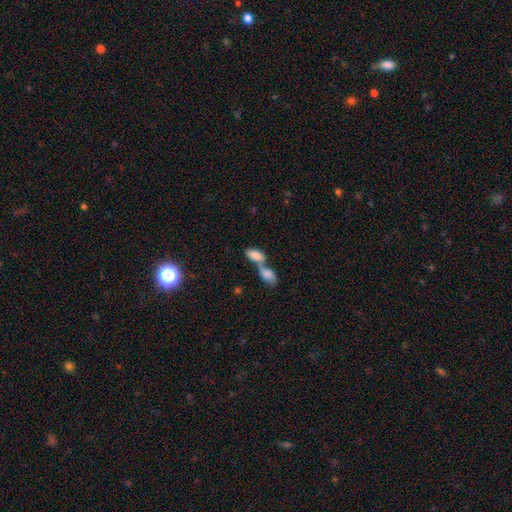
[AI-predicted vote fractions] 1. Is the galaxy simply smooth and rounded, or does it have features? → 79% smooth, 13% featured or disk, 8% star or artifact.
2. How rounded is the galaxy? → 89% in between, 8% cigar-shaped, 3% round.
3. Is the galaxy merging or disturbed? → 77% merger, 15% none, 5% minor disturbance, 4% major disturbance.